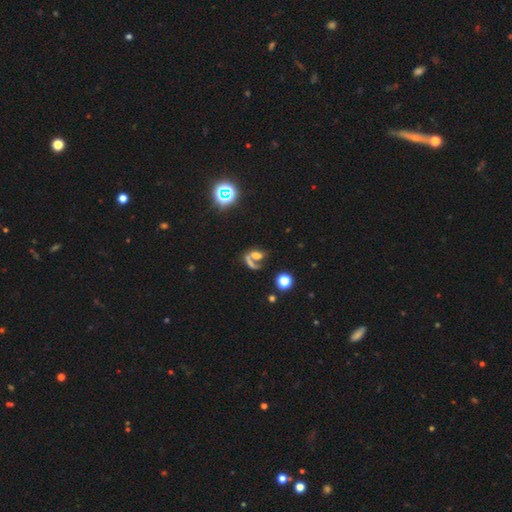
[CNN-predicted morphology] Smooth or featured: smooth — 47% (featured or disk — 31%)
Merging: merger — 47% (none — 30%)